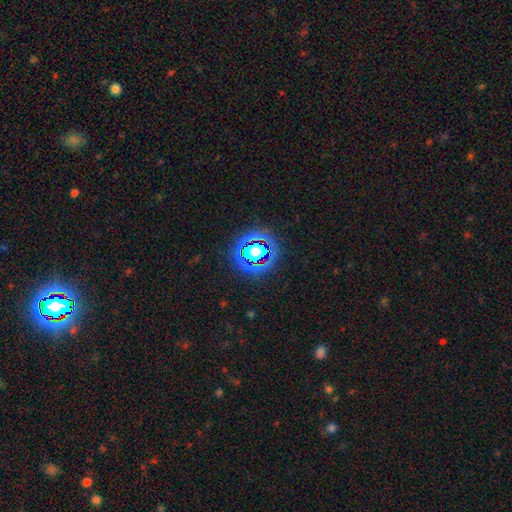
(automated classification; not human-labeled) Overall: star or artifact (80%).